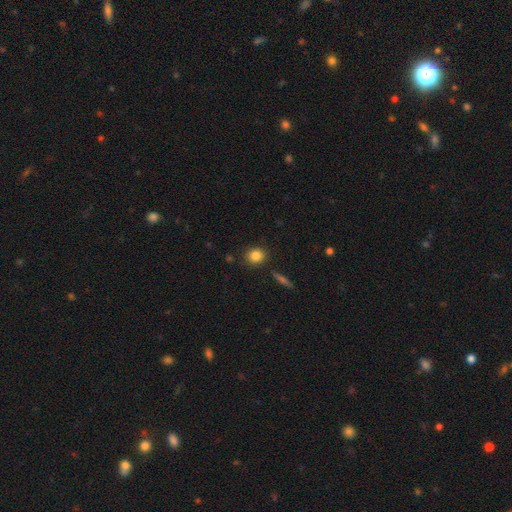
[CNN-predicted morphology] smooth_or_featured: smooth (p=0.84) [alt: star or artifact p=0.09]
how_rounded: round (p=0.78) [alt: in between p=0.20]
merging: none (p=0.85) [alt: minor disturbance p=0.09]